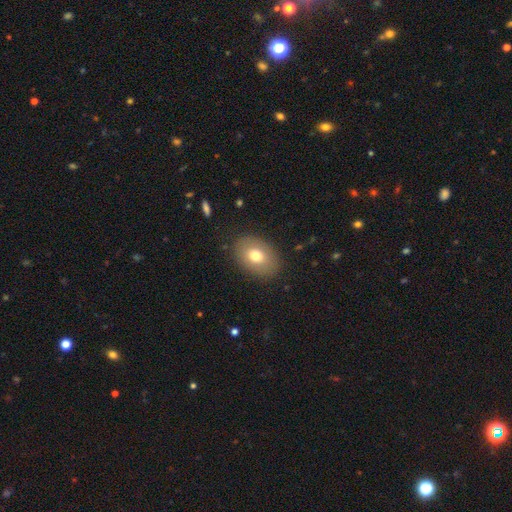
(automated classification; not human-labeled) smooth 73%, featured or disk 18%, star or artifact 9%. Down the decision tree: how rounded — in between (76%); merging — none (86%).